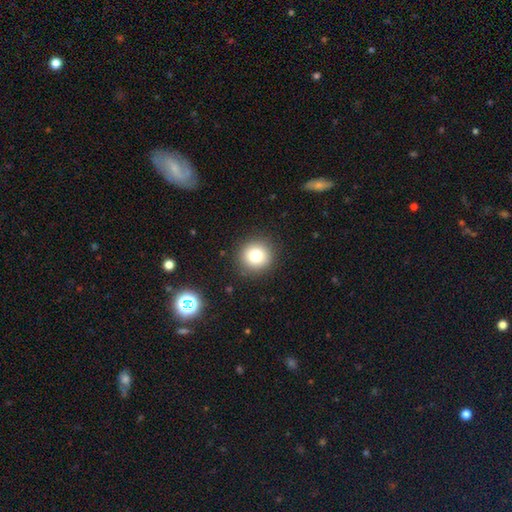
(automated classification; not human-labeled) A smooth galaxy with no disk features (77%) that is round (93%). Merging: none (90%).